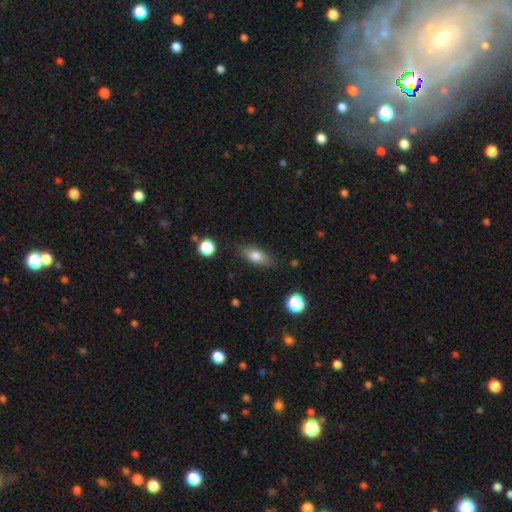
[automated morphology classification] A smooth galaxy with no disk features (76%) that is in between round and cigar-shaped (75%).

Vote fractions:
- Smooth or featured? smooth: 76% / featured or disk: 15% / star or artifact: 9%
- How rounded? in between: 75% / cigar-shaped: 17% / round: 8%
- Merging? none: 81% / minor disturbance: 13% / major disturbance: 3% / merger: 2%